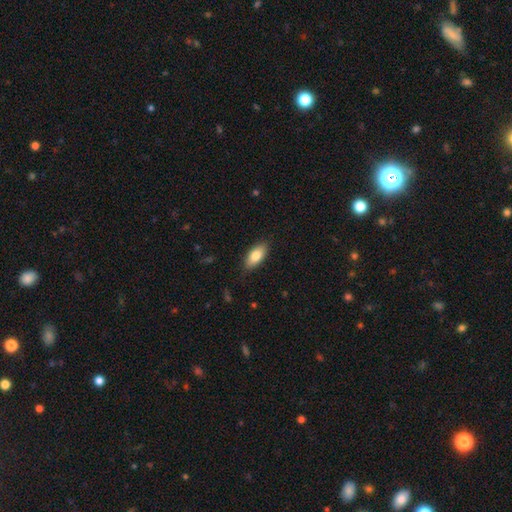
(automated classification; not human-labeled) smooth 81%, featured or disk 13%, star or artifact 6%. Down the decision tree: how rounded — in between (88%); merging — none (84%).